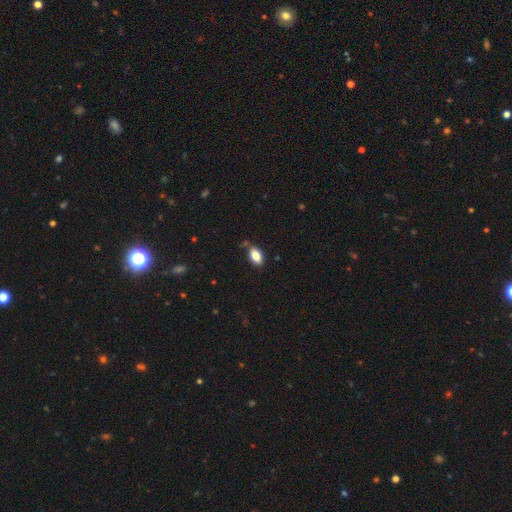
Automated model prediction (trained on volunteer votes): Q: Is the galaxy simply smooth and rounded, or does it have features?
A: smooth — 81%.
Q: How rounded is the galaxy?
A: in between — 92%.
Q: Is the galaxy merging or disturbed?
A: none — 76%.